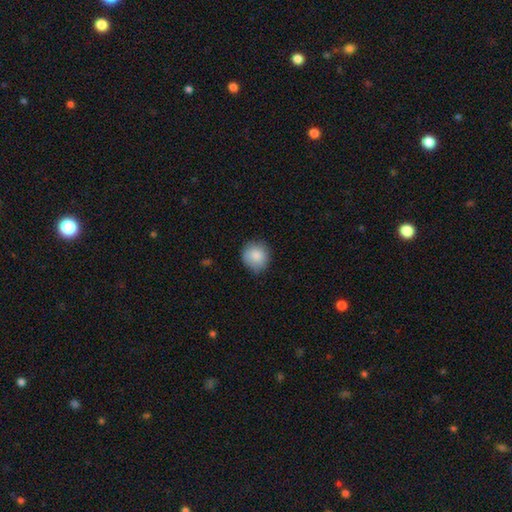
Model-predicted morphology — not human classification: type=smooth (87%); roundness=round (89%); merging=none (77%).